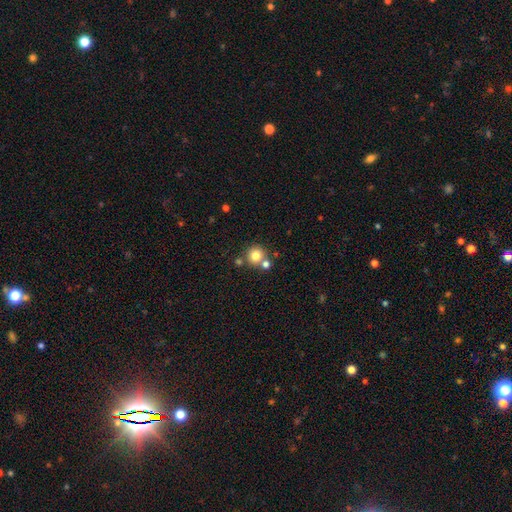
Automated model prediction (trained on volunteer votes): Morphology: type=smooth (78%); roundness=round (92%); merging=none (65%).